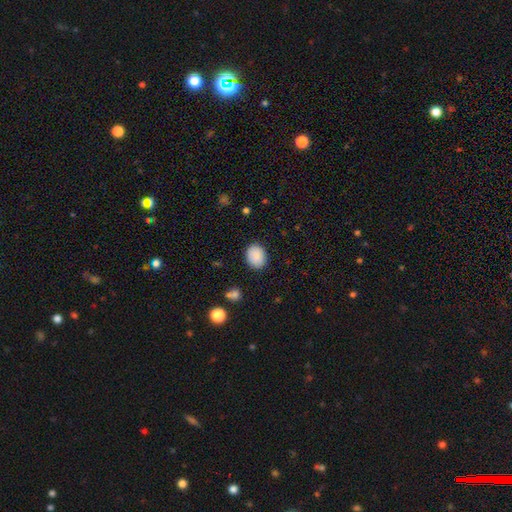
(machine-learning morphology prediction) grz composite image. It shows a smooth galaxy with no disk features (89%) that is in between round and cigar-shaped (58%). Merging: none (88%).